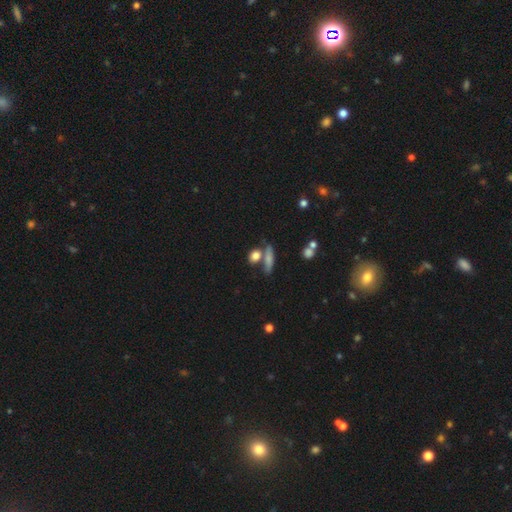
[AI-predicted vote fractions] Smooth or featured? smooth (79%)
How rounded? in between (46%)
Merging? none (56%)